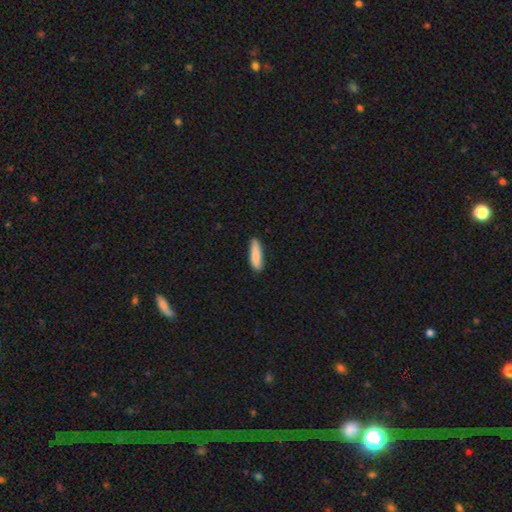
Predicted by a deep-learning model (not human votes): smooth 86%, featured or disk 9%, star or artifact 6%. Down the decision tree: how rounded — cigar-shaped (68%); merging — none (83%).